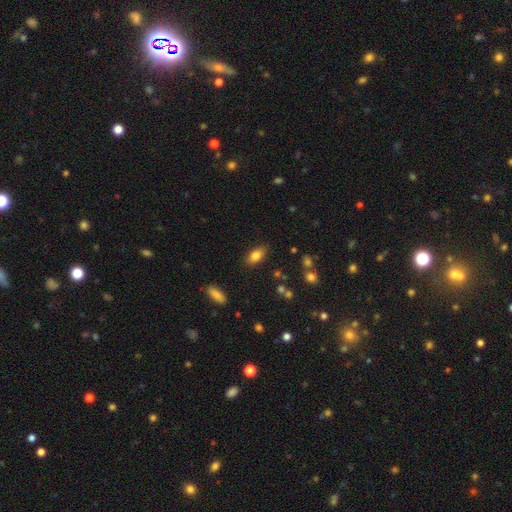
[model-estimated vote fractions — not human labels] This is clearly a smooth galaxy (81%). How rounded: clearly in between (87%). Merging: clearly none (83%).